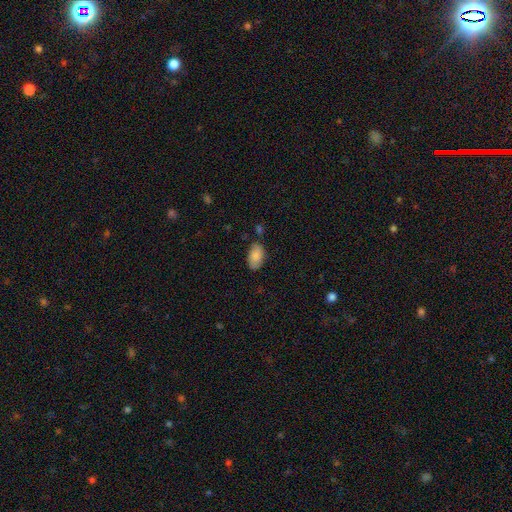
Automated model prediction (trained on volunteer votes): Overall: smooth (84%). How rounded: in between (94%). Merging: none (75%).